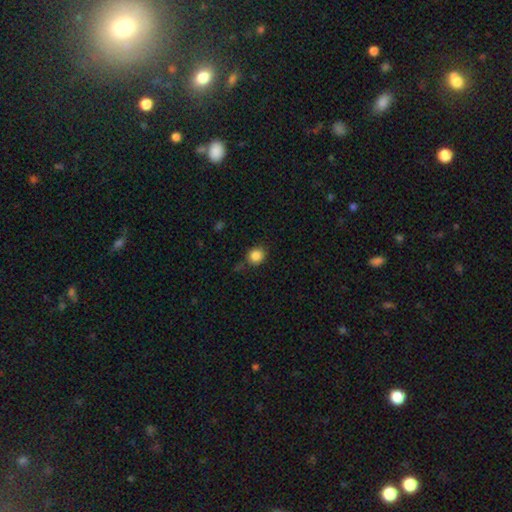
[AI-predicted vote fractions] smooth_or_featured: smooth (p=0.86) [alt: star or artifact p=0.10]
how_rounded: round (p=0.83) [alt: in between p=0.16]
merging: none (p=0.77) [alt: minor disturbance p=0.16]